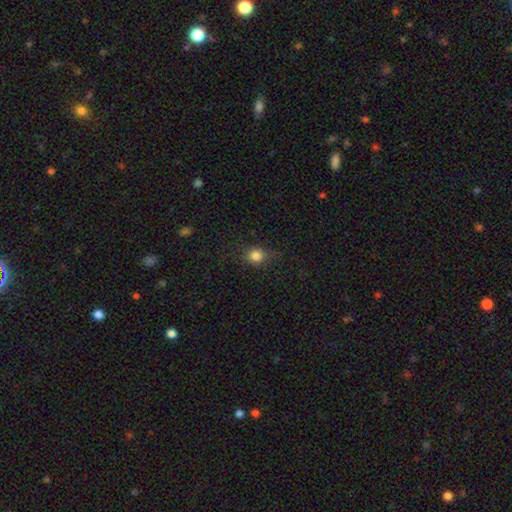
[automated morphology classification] Smooth or featured? smooth (80%)
How rounded? round (78%)
Merging? none (75%)